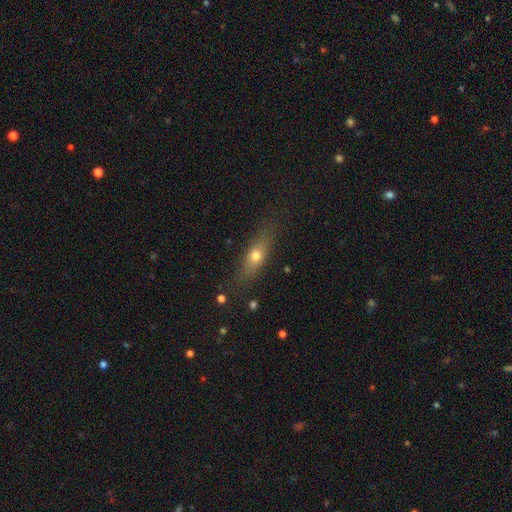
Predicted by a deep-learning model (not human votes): Morphology: type=smooth (62%); roundness=cigar-shaped (47%); merging=none (78%).